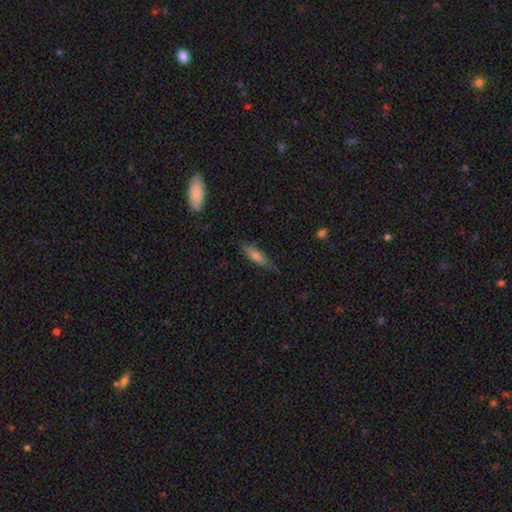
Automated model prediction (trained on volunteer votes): Smooth or featured: smooth — 66% (featured or disk — 27%)
How rounded: cigar-shaped — 62% (in between — 35%)
Merging: none — 72% (minor disturbance — 22%)